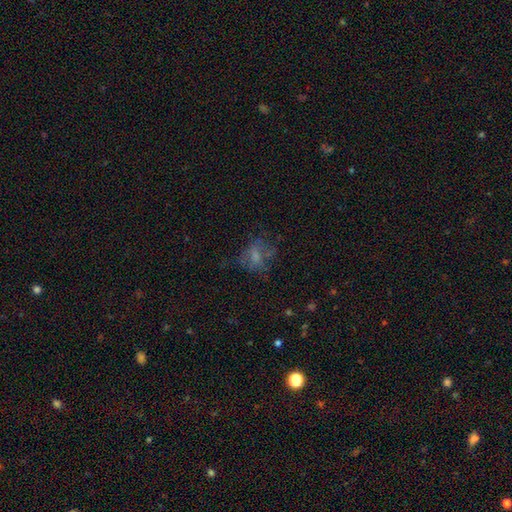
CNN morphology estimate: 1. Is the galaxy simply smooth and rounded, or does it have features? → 50% smooth, 33% featured or disk, 17% star or artifact.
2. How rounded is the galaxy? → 53% in between, 44% round, 2% cigar-shaped.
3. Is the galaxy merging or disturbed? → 49% none, 27% major disturbance, 21% minor disturbance, 3% merger.